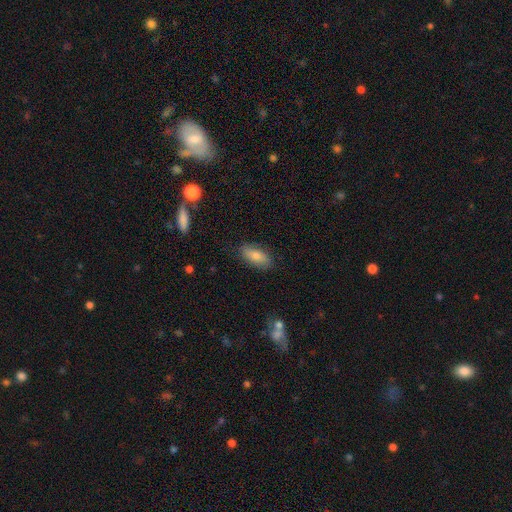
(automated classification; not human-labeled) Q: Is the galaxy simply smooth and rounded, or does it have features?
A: smooth — 76%.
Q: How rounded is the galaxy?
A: in between — 83%.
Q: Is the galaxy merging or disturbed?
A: none — 83%.